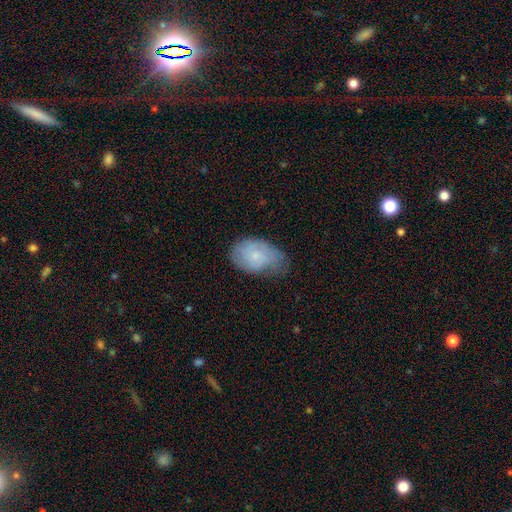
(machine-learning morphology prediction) Smooth or featured? smooth (63%)
How rounded? in between (88%)
Merging? none (47%)